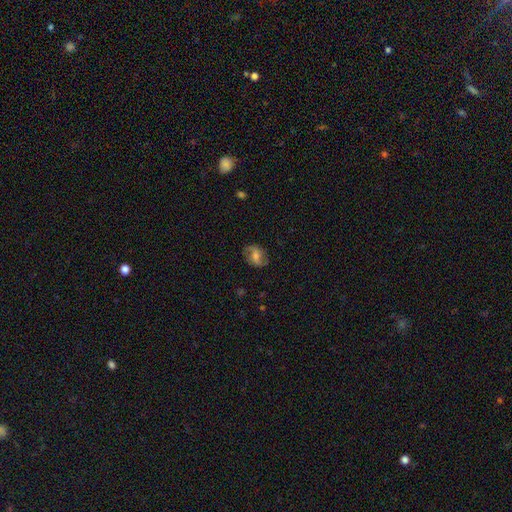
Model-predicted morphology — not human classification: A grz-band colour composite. It shows a featured or disk galaxy (60%) with a weak bar (45%), 2 (88%) medium (43%) spiral arms (87%) and a moderate central bulge (44%). Merging: none (77%).